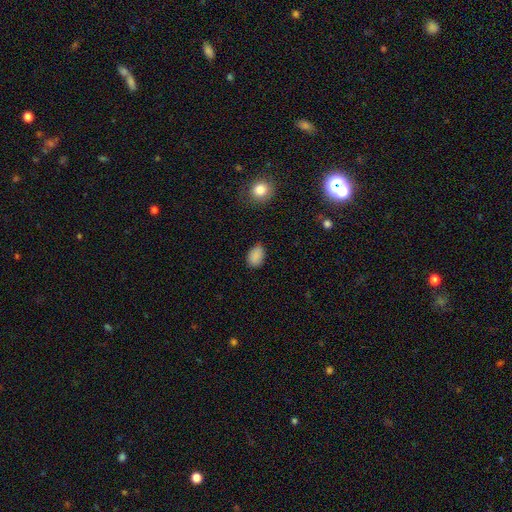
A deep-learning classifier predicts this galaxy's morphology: smooth 87%, star or artifact 9%, featured or disk 4%. Down the decision tree: how rounded — in between (86%); merging — none (77%).